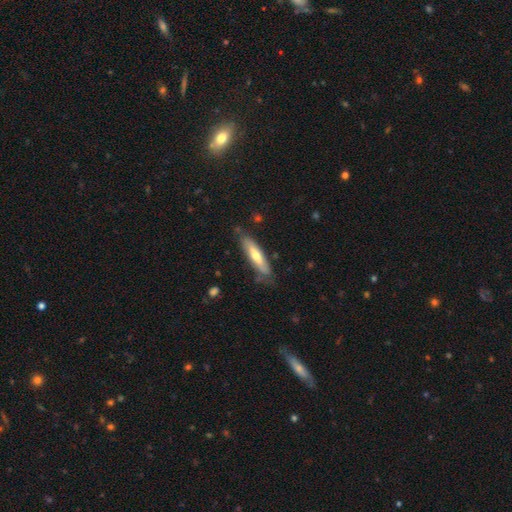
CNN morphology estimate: Smooth or featured? smooth (54%)
How rounded? cigar-shaped (75%)
Merging? none (75%)